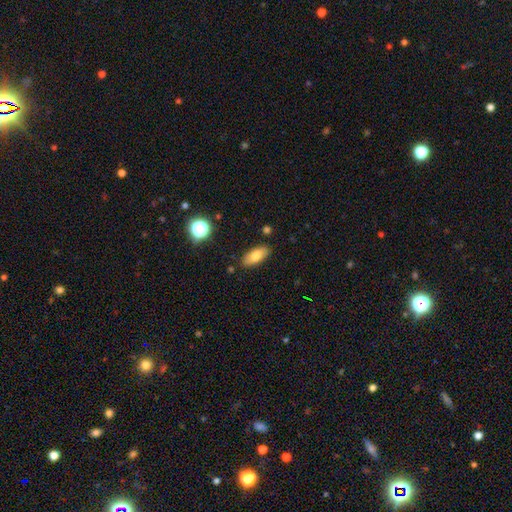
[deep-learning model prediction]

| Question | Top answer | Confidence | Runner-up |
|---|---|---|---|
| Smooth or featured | smooth | 76% | featured or disk (15%) |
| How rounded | in between | 84% | cigar-shaped (13%) |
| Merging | none | 85% | minor disturbance (11%) |